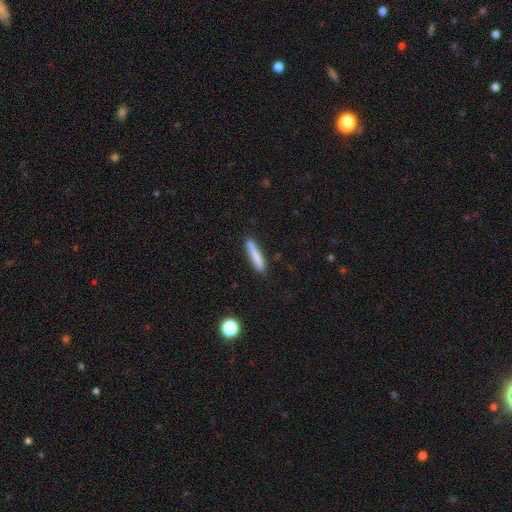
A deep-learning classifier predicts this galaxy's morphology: smooth 79%, featured or disk 14%, star or artifact 7%. Down the decision tree: how rounded — cigar-shaped (91%); merging — none (80%).